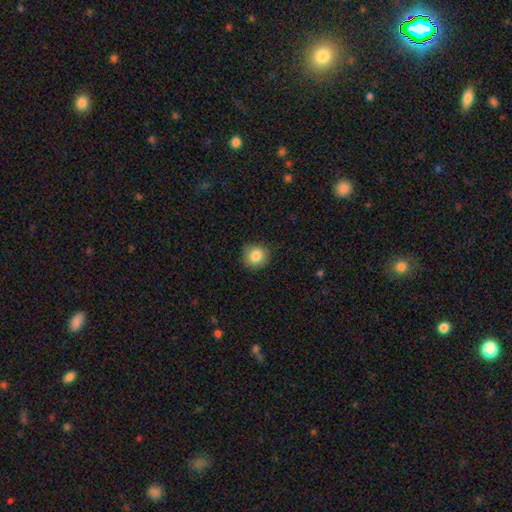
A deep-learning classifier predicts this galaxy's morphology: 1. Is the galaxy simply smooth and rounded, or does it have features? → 85% smooth, 9% star or artifact, 6% featured or disk.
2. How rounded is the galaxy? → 86% round, 13% in between, 1% cigar-shaped.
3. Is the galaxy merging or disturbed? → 85% none, 11% minor disturbance, 2% major disturbance, 1% merger.